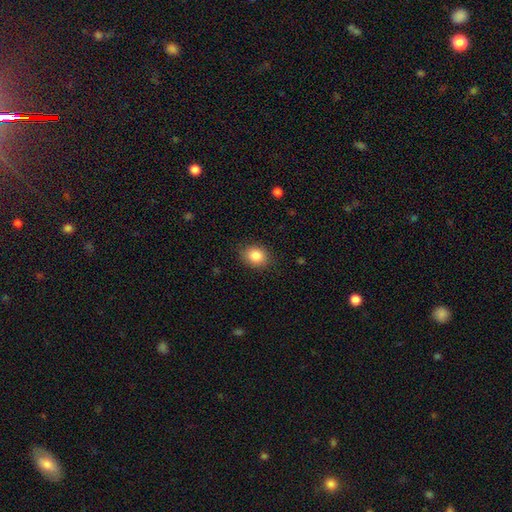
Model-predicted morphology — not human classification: Smooth or featured? smooth (86%)
How rounded? round (51%)
Merging? none (85%)